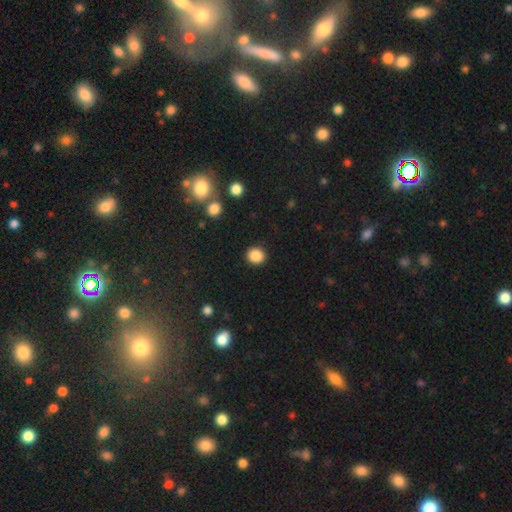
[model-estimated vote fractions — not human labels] smooth-or-featured: smooth: 87% | star or artifact: 10% | featured or disk: 3%
  how-rounded: round: 86% | in between: 13% | cigar-shaped: 1%
  merging: none: 91% | minor disturbance: 6% | major disturbance: 2% | merger: 1%